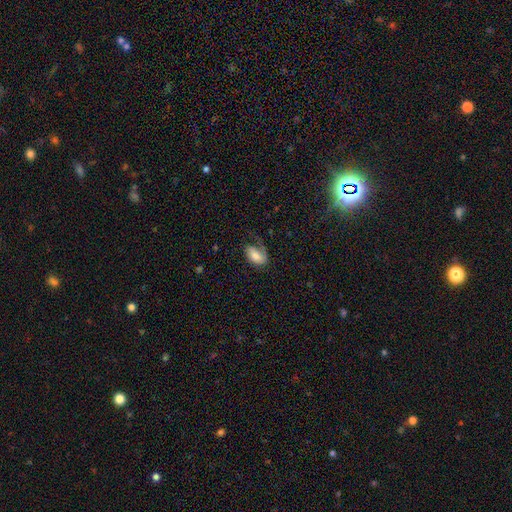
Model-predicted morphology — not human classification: smooth-or-featured: smooth: 64% | featured or disk: 29% | star or artifact: 7%
  how-rounded: in between: 92% | round: 5% | cigar-shaped: 3%
  merging: none: 43% | major disturbance: 30% | minor disturbance: 25% | merger: 2%